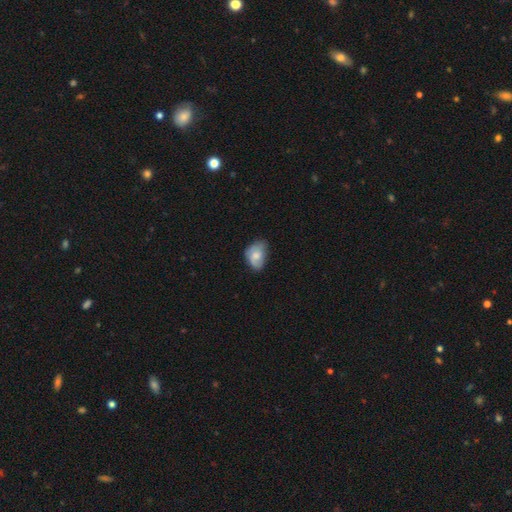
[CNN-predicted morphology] type=smooth (67%); roundness=in between (80%); merging=none (46%).